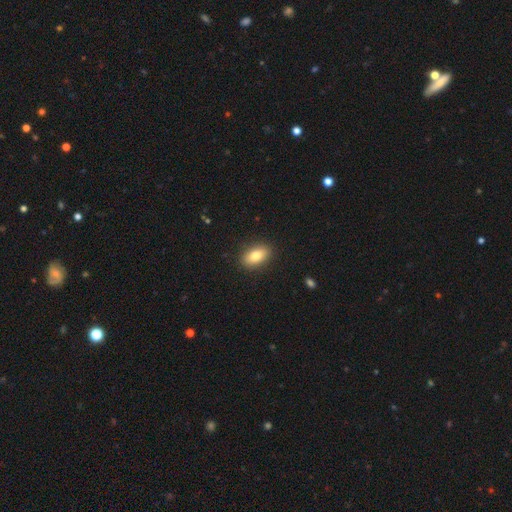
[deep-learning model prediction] This appears to be a smooth galaxy with no disk features (79%) that is in between round and cigar-shaped (88%). Merging: none (89%).